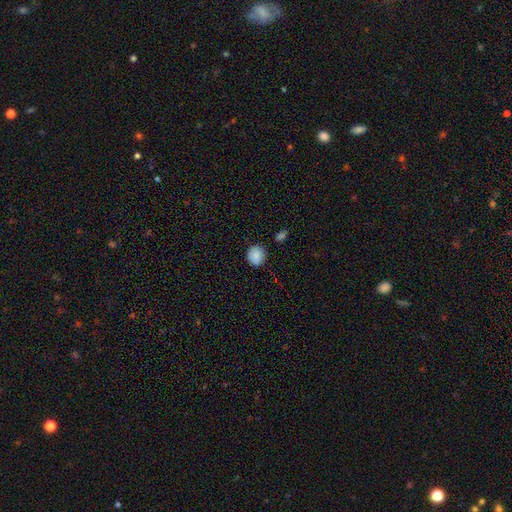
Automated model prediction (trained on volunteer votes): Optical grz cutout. It shows a smooth galaxy with no disk features (86%) that is round (84%). Merging: none (82%).